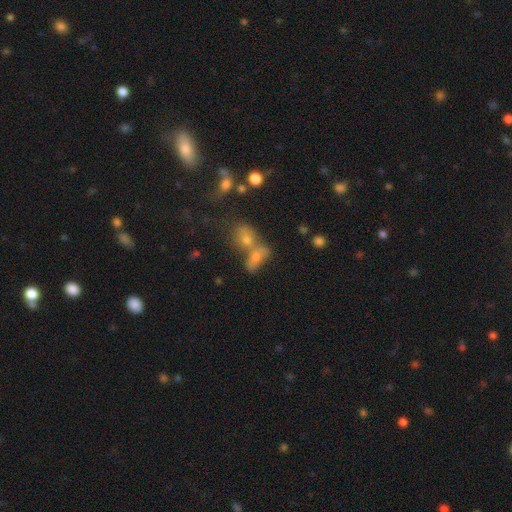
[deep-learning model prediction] Smooth or featured?
  - smooth: 57% *
  - featured or disk: 22%
  - star or artifact: 21%
How rounded?
  - in between: 66% *
  - round: 19%
  - cigar-shaped: 15%
Merging?
  - merger: 49% *
  - none: 35%
  - minor disturbance: 10%
  - major disturbance: 6%